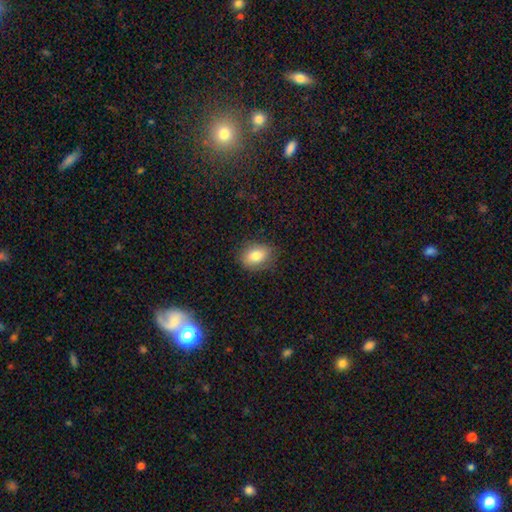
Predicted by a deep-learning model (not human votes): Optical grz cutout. It shows a smooth galaxy with no disk features (81%) that is in between round and cigar-shaped (75%). Merging: none (80%).